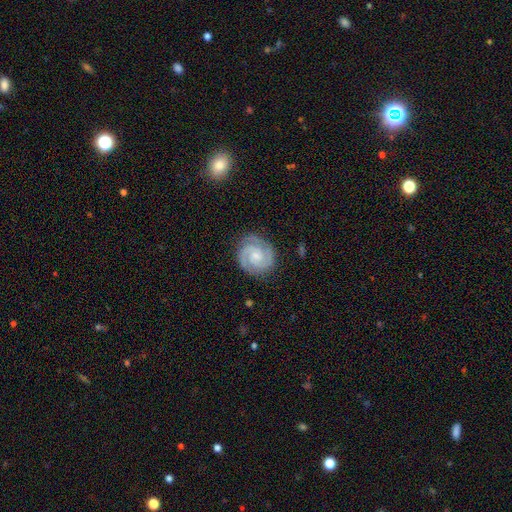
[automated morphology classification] Q: Smooth or featured?
A: featured or disk (88%); runner-up: smooth (8%)
Q: Edge-on disk?
A: no (98%); runner-up: yes (2%)
Q: Bar?
A: no (61%); runner-up: weak (32%)
Q: Spiral arms?
A: yes (98%); runner-up: no (2%)
Q: Spiral winding?
A: tight (68%); runner-up: medium (29%)
Q: Spiral arm count?
A: 2 (76%); runner-up: 3 (14%)
Q: Bulge size?
A: small (53%); runner-up: moderate (31%)
Q: Merging?
A: none (83%); runner-up: minor disturbance (12%)